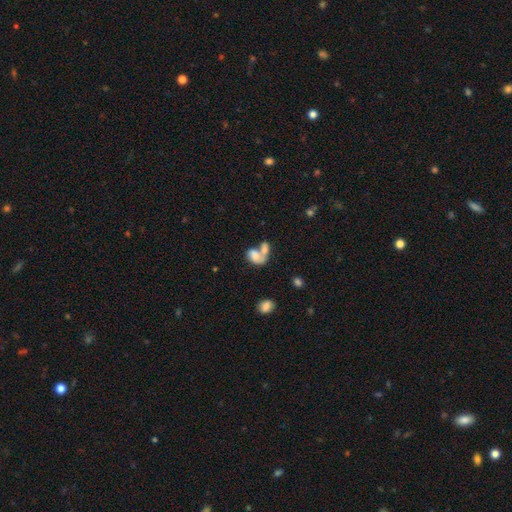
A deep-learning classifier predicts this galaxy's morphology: smooth 67%, featured or disk 23%, star or artifact 9%. Down the decision tree: how rounded — in between (81%); merging — merger (68%).